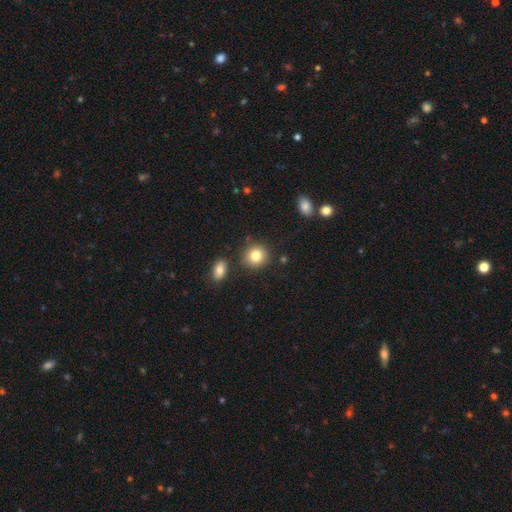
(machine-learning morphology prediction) Smooth or featured? Predicted: smooth (p=0.83). How rounded? Predicted: round (p=0.85). Merging? Predicted: none (p=0.84).